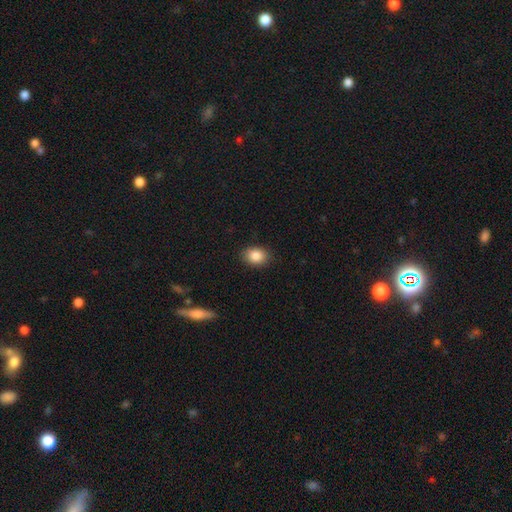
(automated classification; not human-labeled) A smooth galaxy with no disk features (87%) that is in between round and cigar-shaped (66%).

Vote fractions:
- Smooth or featured? smooth: 87% / star or artifact: 8% / featured or disk: 5%
- How rounded? in between: 66% / round: 32% / cigar-shaped: 1%
- Merging? none: 88% / minor disturbance: 9% / major disturbance: 2% / merger: 1%